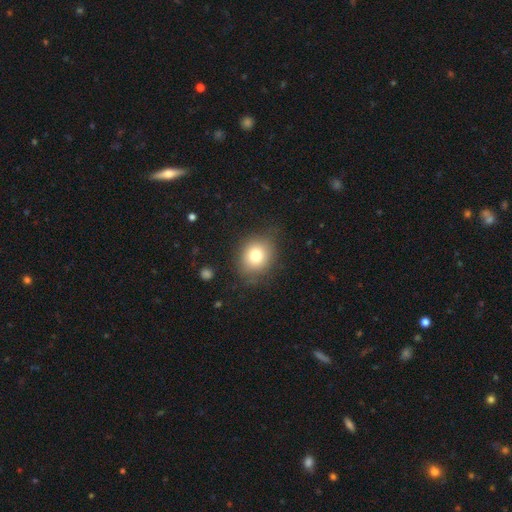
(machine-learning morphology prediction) The model was most divided on "how rounded": round: 71%, in between: 28%, cigar-shaped: 1%. More confident: merging — none (79%); smooth or featured — smooth (77%).